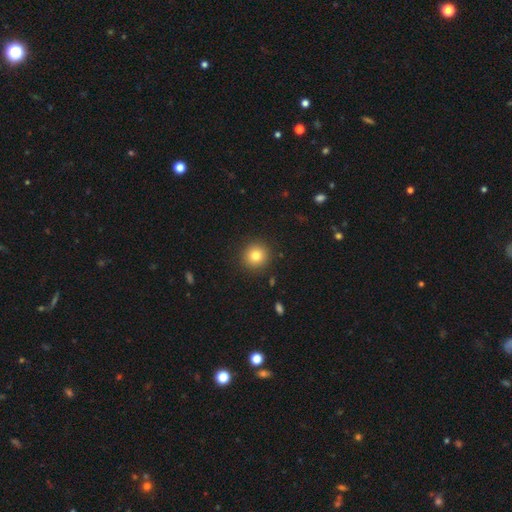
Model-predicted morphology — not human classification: Smooth or featured: smooth — 81% (star or artifact — 11%)
How rounded: round — 94% (in between — 5%)
Merging: none — 91% (minor disturbance — 6%)